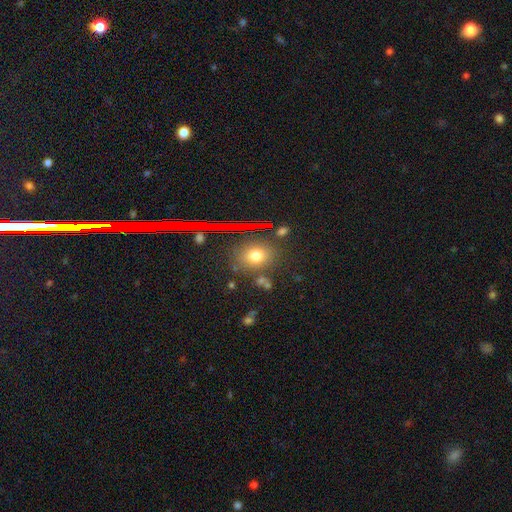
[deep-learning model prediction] Smooth or featured? Predicted: smooth (p=0.69). How rounded? Predicted: round (p=0.52). Merging? Predicted: none (p=0.79).